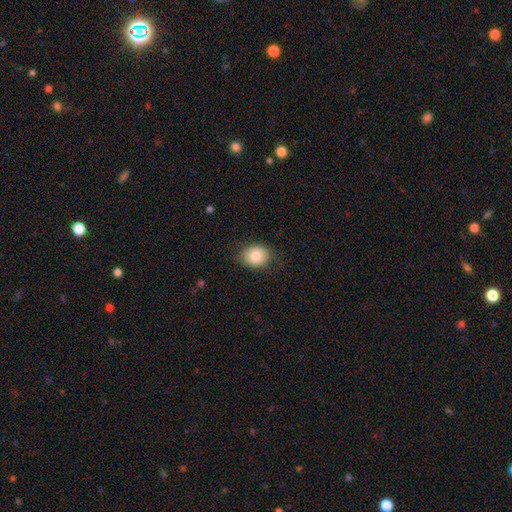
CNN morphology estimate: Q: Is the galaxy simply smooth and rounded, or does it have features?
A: smooth — 83%.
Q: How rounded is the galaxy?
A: round — 55%.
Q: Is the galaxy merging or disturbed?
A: none — 79%.